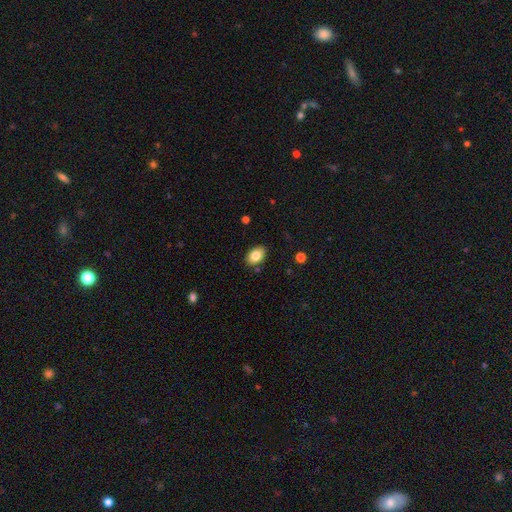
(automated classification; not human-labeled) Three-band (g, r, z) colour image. It shows a smooth galaxy with no disk features (84%) that is in between round and cigar-shaped (86%). Merging: none (86%).